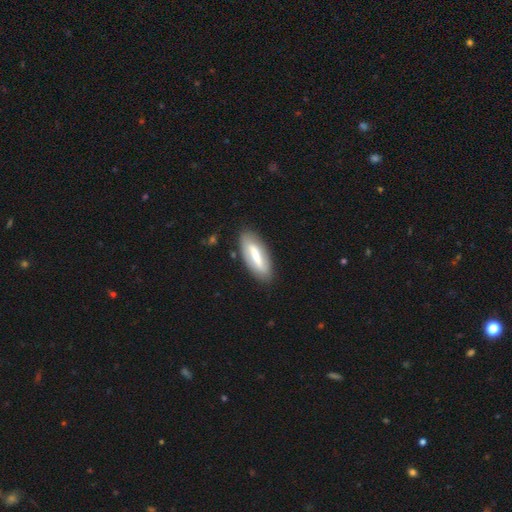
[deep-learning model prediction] This is possibly a smooth galaxy (52%). How rounded: likely in between (63%). Merging: clearly none (82%).